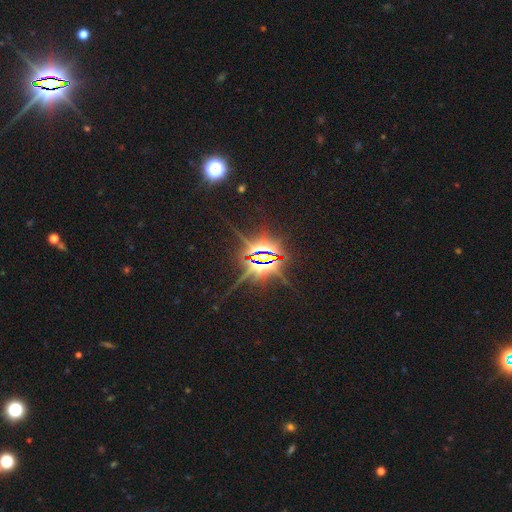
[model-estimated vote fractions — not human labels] Morphology: type=star or artifact (83%).